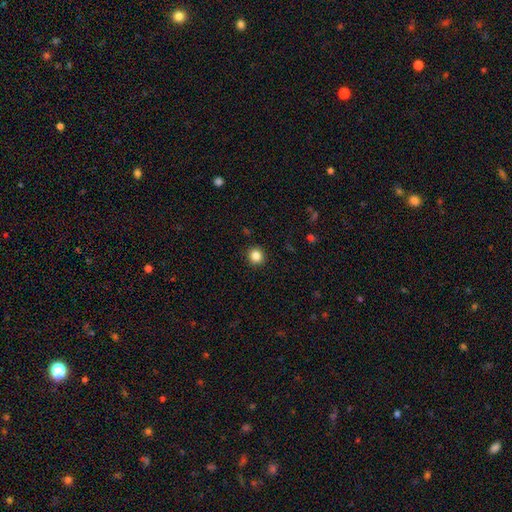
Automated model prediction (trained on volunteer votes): Smooth or featured: smooth — 85% (star or artifact — 11%)
How rounded: round — 90% (in between — 9%)
Merging: none — 92% (minor disturbance — 5%)